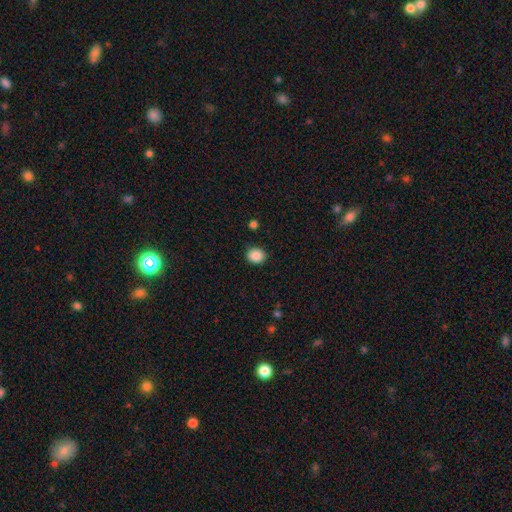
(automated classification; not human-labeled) Smooth or featured? Predicted: smooth (p=0.89). How rounded? Predicted: round (p=0.64). Merging? Predicted: none (p=0.88).